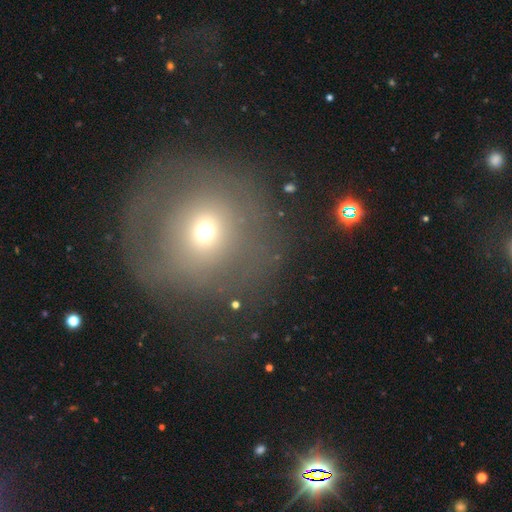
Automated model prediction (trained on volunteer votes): Smooth or featured? Predicted: smooth (p=0.49). Merging? Predicted: none (p=0.63).